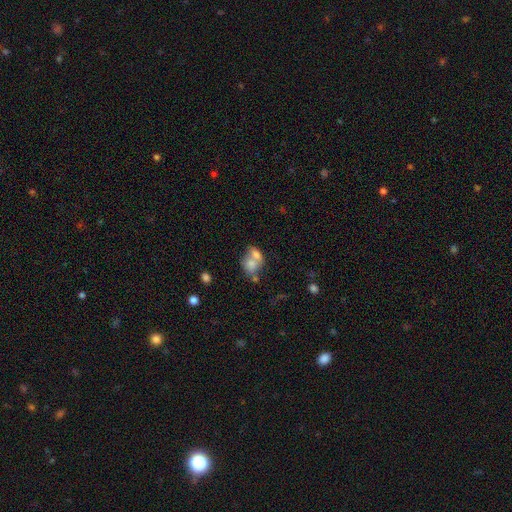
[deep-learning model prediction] Morphology: type=smooth (70%); roundness=in between (61%); merging=merger (65%).